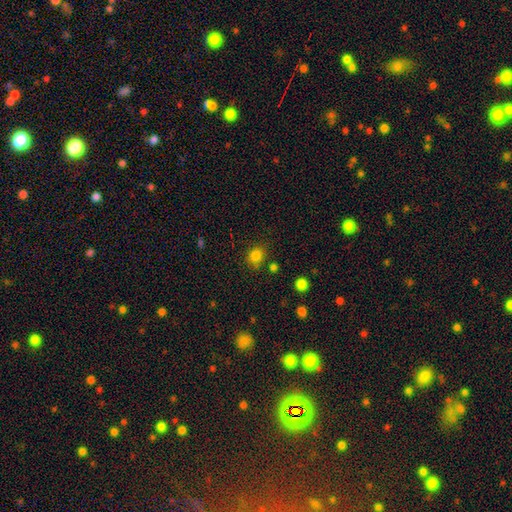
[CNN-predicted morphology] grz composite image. It shows a smooth galaxy with no disk features (82%) that is round (68%). Merging: none (78%).